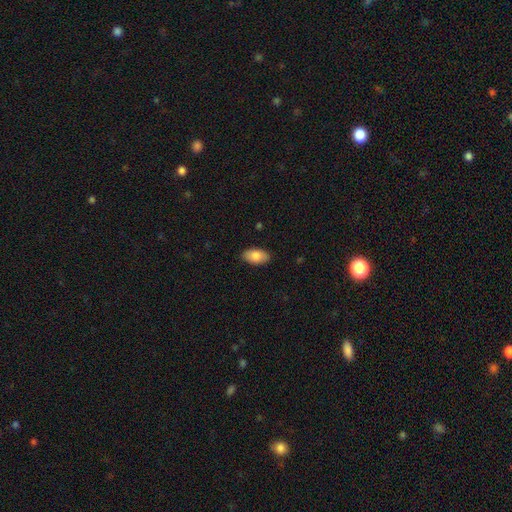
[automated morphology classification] smooth_or_featured: smooth (p=0.84) [alt: featured or disk p=0.09]
how_rounded: in between (p=0.95) [alt: round p=0.03]
merging: none (p=0.88) [alt: minor disturbance p=0.09]